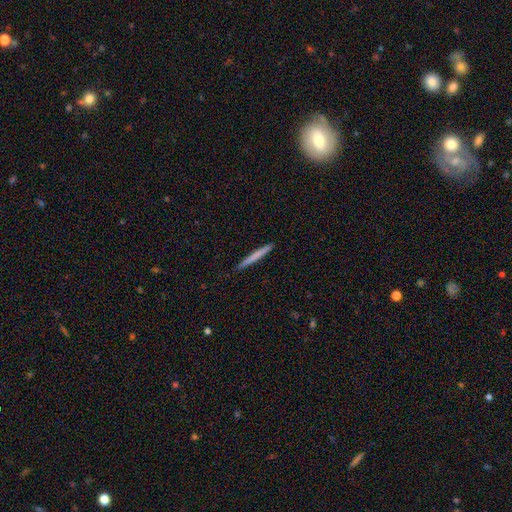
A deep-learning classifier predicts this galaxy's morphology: A smooth galaxy with no disk features (65%) that is cigar-shaped (97%).

Vote fractions:
- Smooth or featured? smooth: 65% / featured or disk: 29% / star or artifact: 6%
- How rounded? cigar-shaped: 97% / in between: 2% / round: 1%
- Merging? none: 91% / minor disturbance: 6% / major disturbance: 1% / merger: 1%